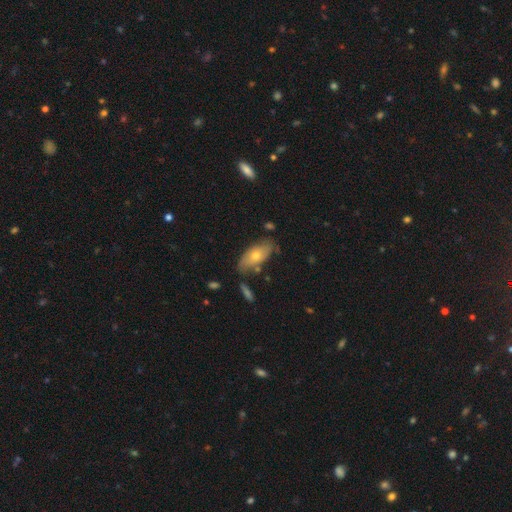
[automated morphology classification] Smooth or featured? smooth (61%)
How rounded? in between (87%)
Merging? none (70%)